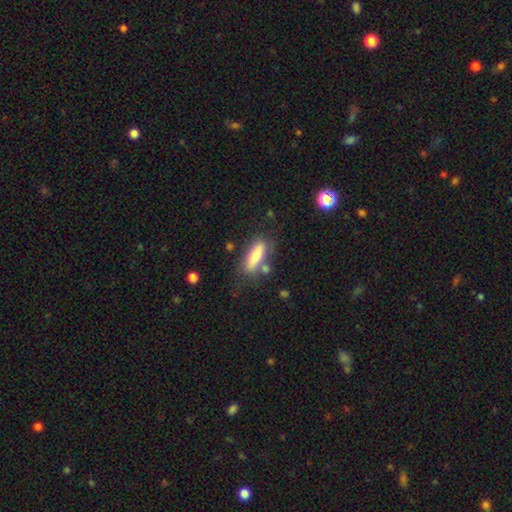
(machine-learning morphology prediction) A smooth galaxy with no disk features (76%) that is cigar-shaped (55%).

Vote fractions:
- Smooth or featured? smooth: 76% / featured or disk: 17% / star or artifact: 7%
- How rounded? cigar-shaped: 55% / in between: 43% / round: 2%
- Merging? none: 68% / minor disturbance: 17% / merger: 10% / major disturbance: 6%